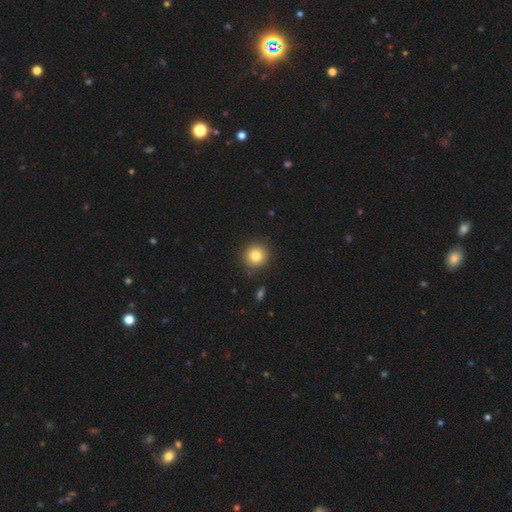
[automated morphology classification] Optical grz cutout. It shows a smooth galaxy with no disk features (83%) that is round (93%). Merging: none (90%).